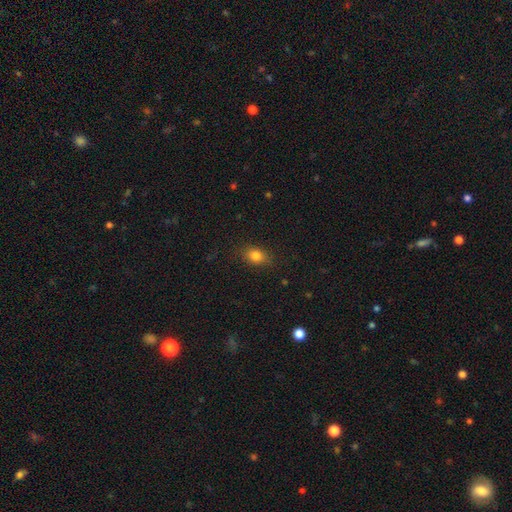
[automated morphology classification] The model was most divided on "how rounded": in between: 72%, round: 26%, cigar-shaped: 2%. More confident: merging — none (83%); smooth or featured — smooth (82%).